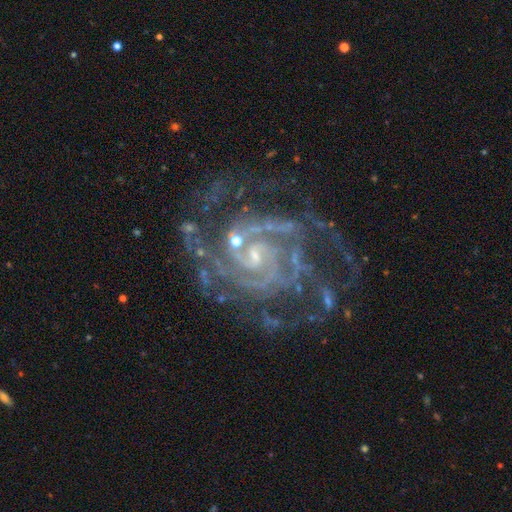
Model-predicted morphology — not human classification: featured or disk 90%, star or artifact 7%, smooth 3%. Down the decision tree: edge-on disk — no (98%); bar — no (49%); spiral arms — yes (98%); spiral arm count — 2 (29%); spiral winding — tight (64%); bulge size — small (70%); merging — none (67%).